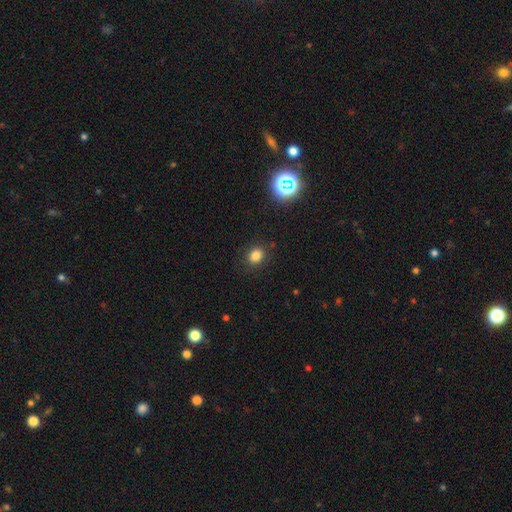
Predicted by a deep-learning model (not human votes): Smooth or featured?
  - smooth: 80% *
  - star or artifact: 15%
  - featured or disk: 5%
How rounded?
  - round: 61% *
  - in between: 38%
  - cigar-shaped: 1%
Merging?
  - none: 86% *
  - minor disturbance: 9%
  - major disturbance: 3%
  - merger: 1%